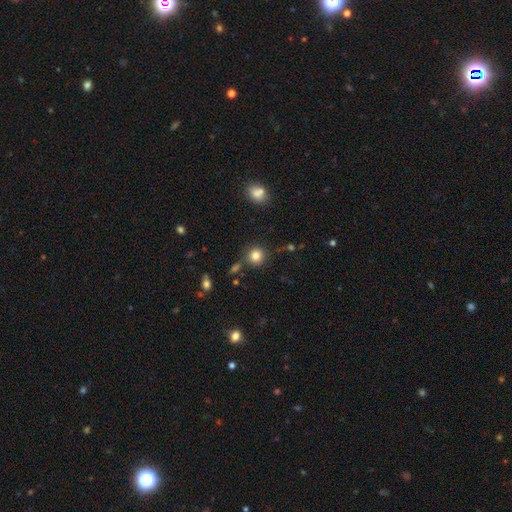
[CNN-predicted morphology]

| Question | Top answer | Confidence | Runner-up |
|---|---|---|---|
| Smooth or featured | smooth | 82% | star or artifact (11%) |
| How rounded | round | 90% | in between (9%) |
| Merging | none | 81% | minor disturbance (10%) |